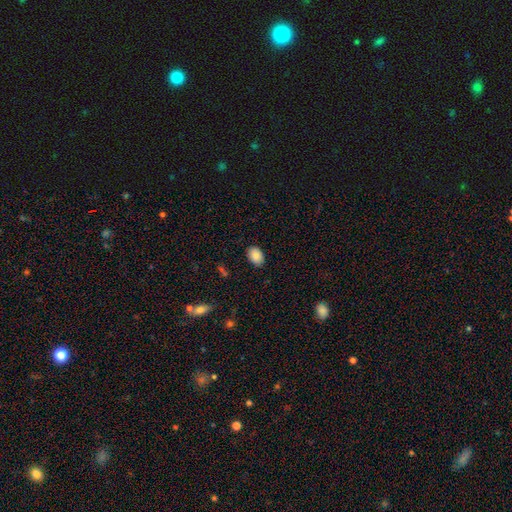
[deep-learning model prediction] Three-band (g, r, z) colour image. It shows a smooth galaxy with no disk features (88%) that is in between round and cigar-shaped (85%). Merging: none (87%).